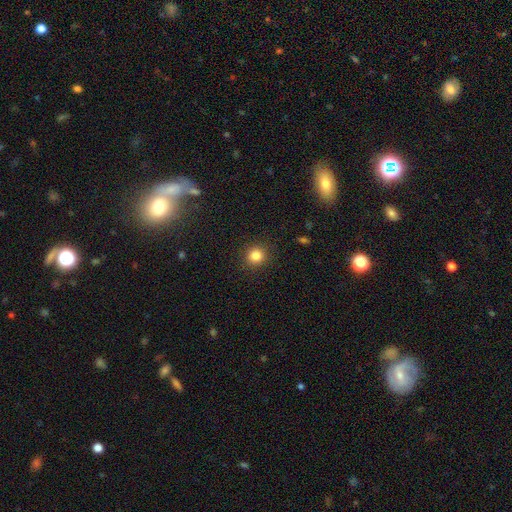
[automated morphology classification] Smooth or featured? Predicted: smooth (p=0.84). How rounded? Predicted: round (p=0.91). Merging? Predicted: none (p=0.91).